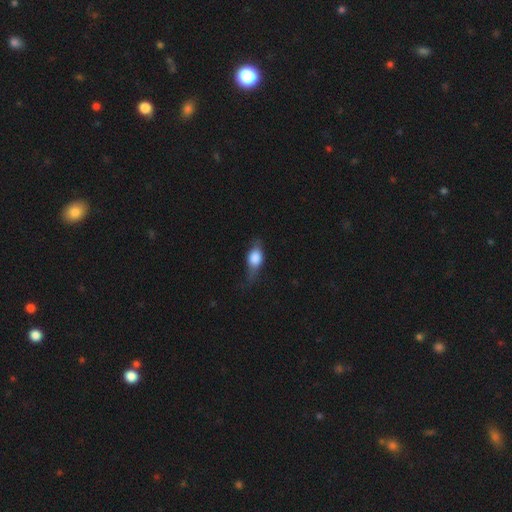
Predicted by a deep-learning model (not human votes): Q: Smooth or featured?
A: smooth (66%); runner-up: featured or disk (26%)
Q: How rounded?
A: in between (71%); runner-up: round (19%)
Q: Merging?
A: none (49%); runner-up: minor disturbance (34%)